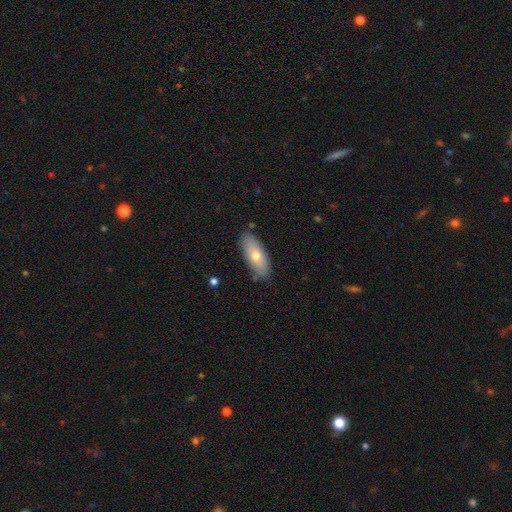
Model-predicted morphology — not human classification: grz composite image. It shows a smooth galaxy with no disk features (67%) that is in between round and cigar-shaped (80%). Merging: none (81%).